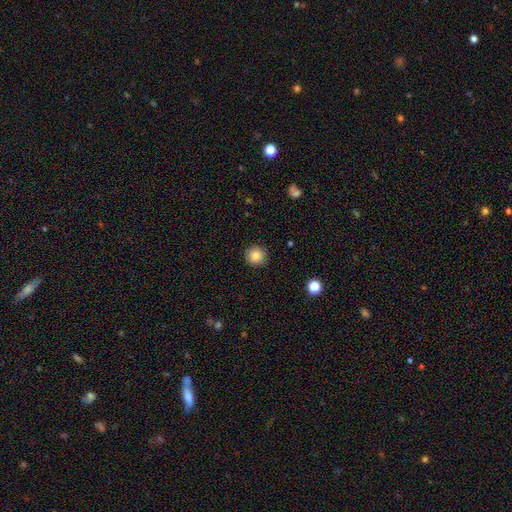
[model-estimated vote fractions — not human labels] Overall: smooth (85%). How rounded: round (95%). Merging: none (90%).